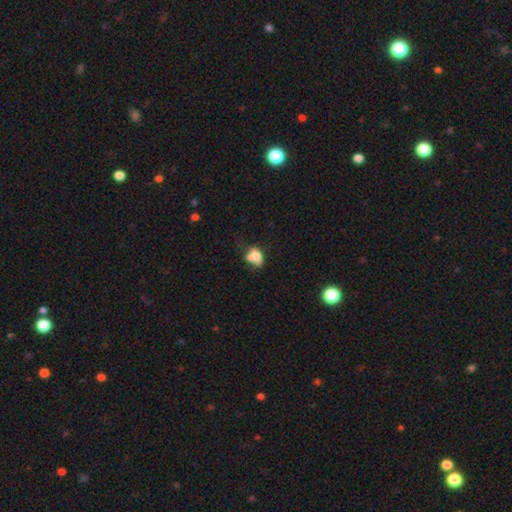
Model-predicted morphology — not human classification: A smooth galaxy with no disk features (64%) that is in between round and cigar-shaped (71%).

Vote fractions:
- Smooth or featured? smooth: 64% / featured or disk: 24% / star or artifact: 12%
- How rounded? in between: 71% / round: 26% / cigar-shaped: 3%
- Merging? none: 28% (tied) / merger: 28% (tied) / minor disturbance: 24% / major disturbance: 20%